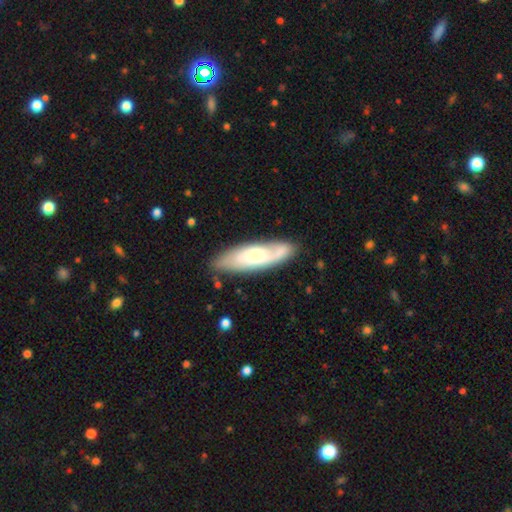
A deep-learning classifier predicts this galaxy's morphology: The model was most divided on "smooth or featured": featured or disk: 52%, smooth: 43%, star or artifact: 5%. More confident: edge-on disk — no (79%); merging — none (76%).